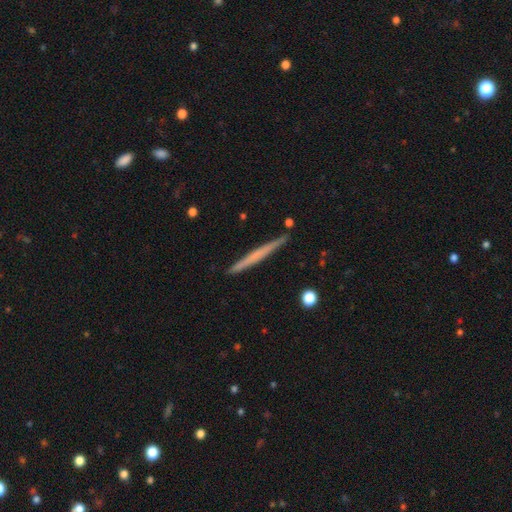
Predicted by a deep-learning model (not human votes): smooth 49%, featured or disk 45%, star or artifact 6%. Down the decision tree: merging — none (90%).